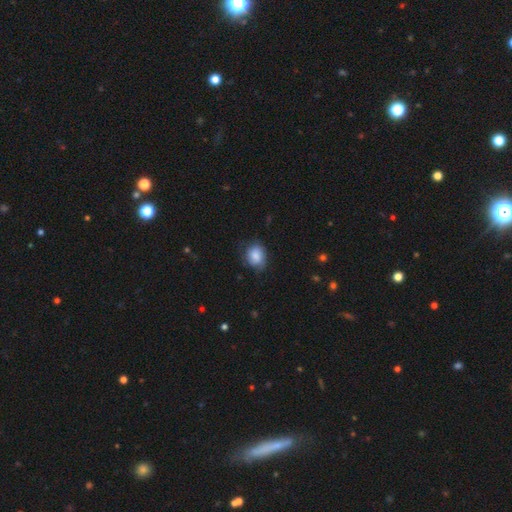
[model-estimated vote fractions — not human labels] A smooth galaxy with no disk features (82%) that is round (55%).

Vote fractions:
- Smooth or featured? smooth: 82% / featured or disk: 10% / star or artifact: 7%
- How rounded? round: 55% / in between: 44% / cigar-shaped: 1%
- Merging? none: 67% / minor disturbance: 25% / major disturbance: 6% / merger: 1%